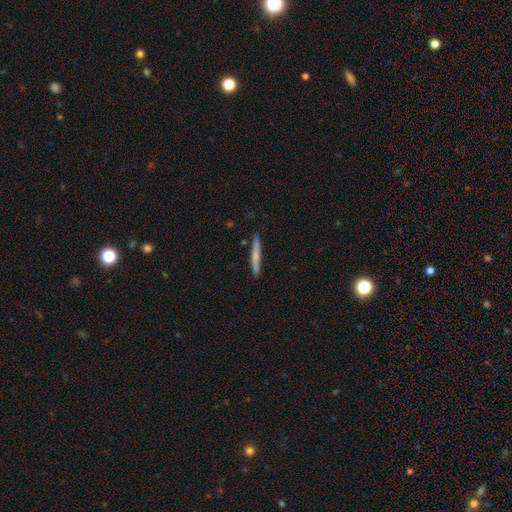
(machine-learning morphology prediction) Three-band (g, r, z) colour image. It shows a smooth galaxy with no disk features (59%) that is cigar-shaped (96%). Merging: none (88%).